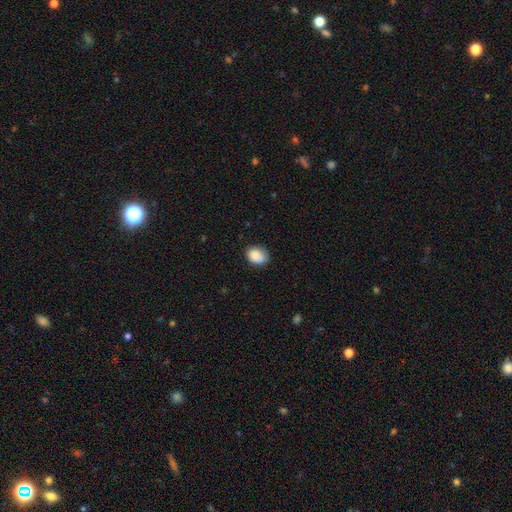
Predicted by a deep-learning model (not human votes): Q: Smooth or featured?
A: smooth (86%); runner-up: star or artifact (8%)
Q: How rounded?
A: in between (60%); runner-up: round (39%)
Q: Merging?
A: none (72%); runner-up: minor disturbance (22%)